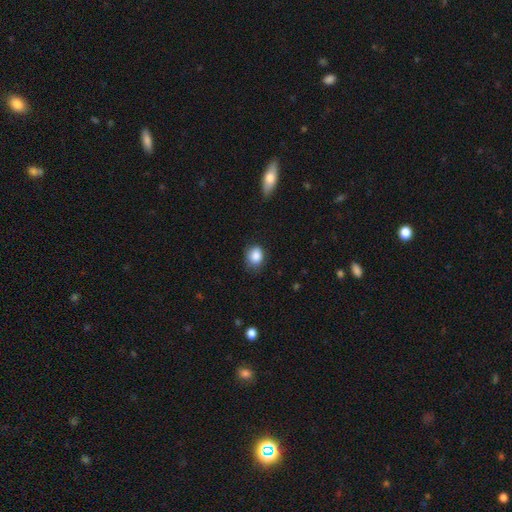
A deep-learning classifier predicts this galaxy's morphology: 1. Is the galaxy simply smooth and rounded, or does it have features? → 86% smooth, 9% star or artifact, 5% featured or disk.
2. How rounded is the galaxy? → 54% round, 45% in between, 1% cigar-shaped.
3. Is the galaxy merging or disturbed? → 68% none, 25% minor disturbance, 5% major disturbance, 1% merger.